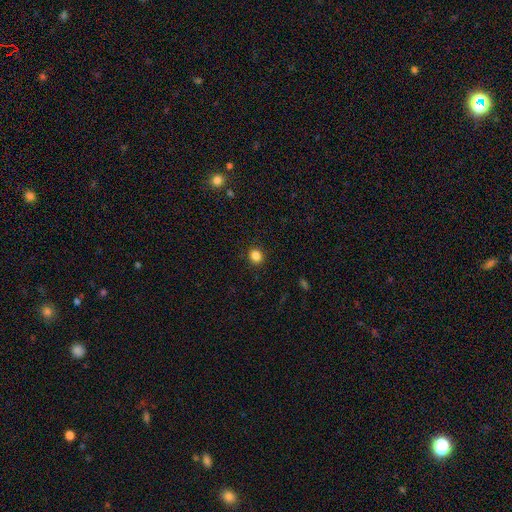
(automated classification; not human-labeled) Overall: smooth (85%). How rounded: round (79%). Merging: none (90%).